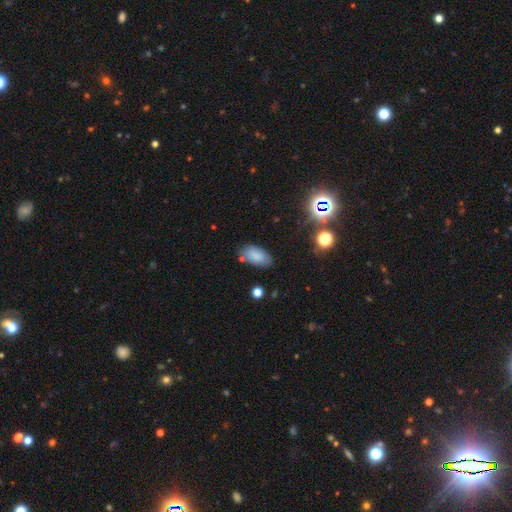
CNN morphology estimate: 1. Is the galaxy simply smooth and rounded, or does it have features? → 80% smooth, 10% featured or disk, 10% star or artifact.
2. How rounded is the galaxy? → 93% in between, 4% round, 3% cigar-shaped.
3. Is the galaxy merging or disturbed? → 72% none, 18% minor disturbance, 6% merger, 5% major disturbance.